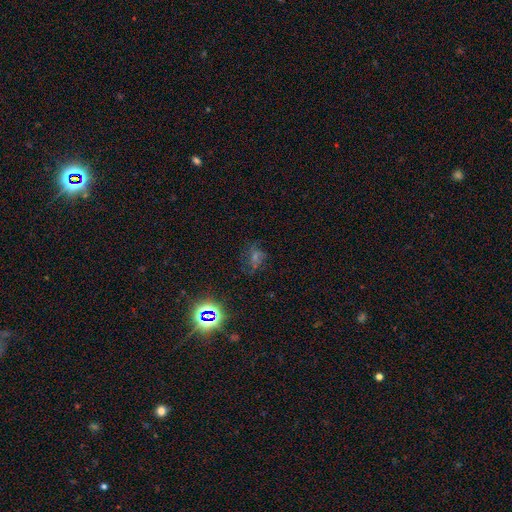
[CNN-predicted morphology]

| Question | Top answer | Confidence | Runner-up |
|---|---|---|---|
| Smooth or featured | star or artifact | 48% | featured or disk (26%) |